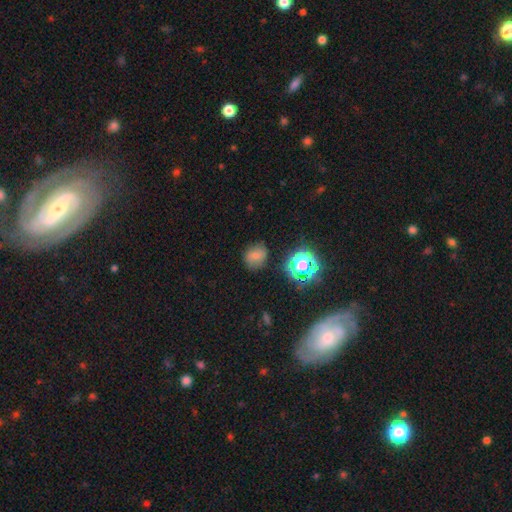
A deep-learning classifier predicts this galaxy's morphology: This appears to be a smooth galaxy with no disk features (68%) that is round (65%). Merging: none (75%).